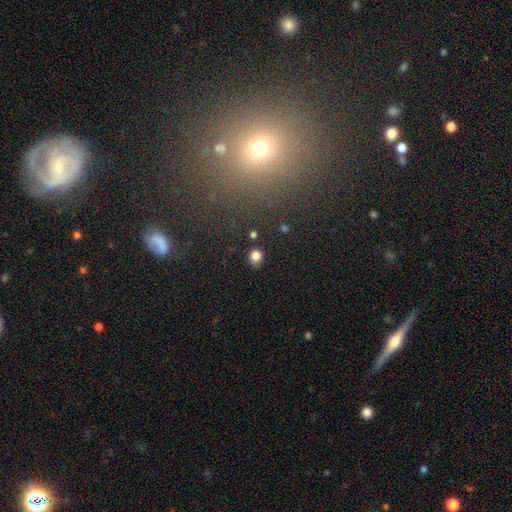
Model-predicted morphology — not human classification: Smooth or featured?
  - smooth: 82% *
  - star or artifact: 13%
  - featured or disk: 5%
How rounded?
  - round: 67% *
  - in between: 32%
  - cigar-shaped: 1%
Merging?
  - none: 87% *
  - minor disturbance: 8%
  - major disturbance: 3%
  - merger: 2%